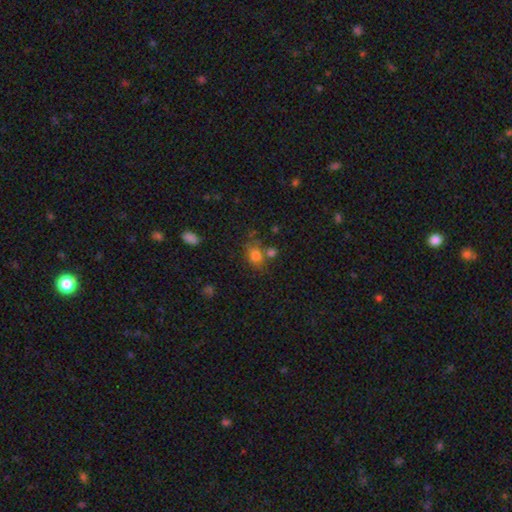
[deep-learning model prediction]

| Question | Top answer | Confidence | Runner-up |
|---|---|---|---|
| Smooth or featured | smooth | 77% | star or artifact (13%) |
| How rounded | in between | 54% | round (45%) |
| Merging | none | 54% | merger (22%) |